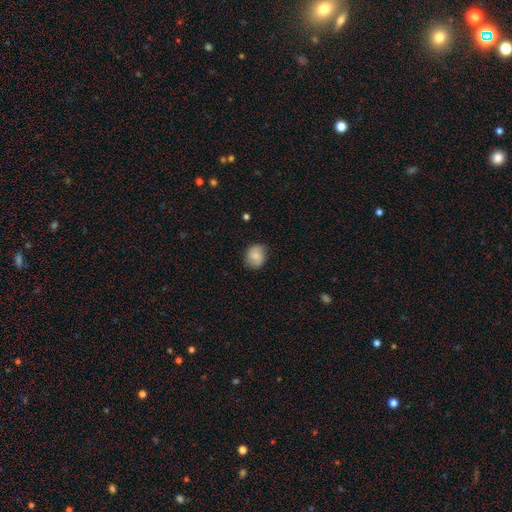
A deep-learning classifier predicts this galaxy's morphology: Smooth or featured: smooth — 78% (featured or disk — 14%)
How rounded: round — 68% (in between — 31%)
Merging: none — 79% (minor disturbance — 17%)